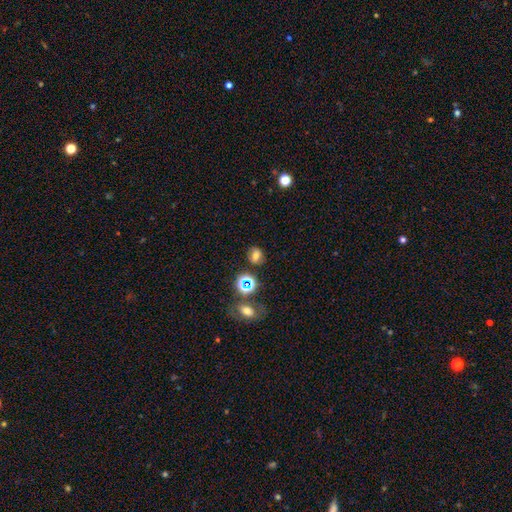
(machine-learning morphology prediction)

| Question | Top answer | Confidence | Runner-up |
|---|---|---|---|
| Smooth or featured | smooth | 65% | star or artifact (21%) |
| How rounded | round | 52% | in between (47%) |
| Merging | none | 74% | minor disturbance (14%) |